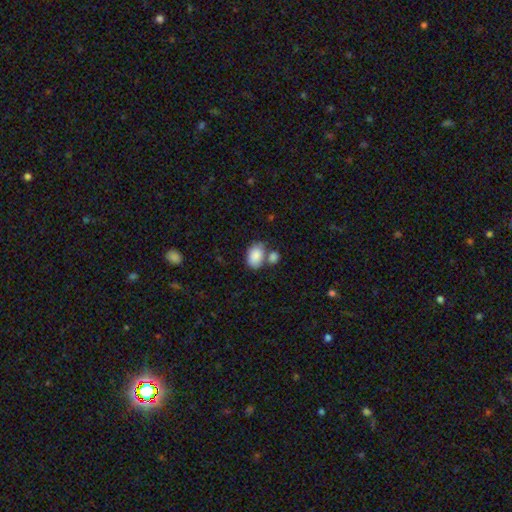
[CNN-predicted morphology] Smooth or featured?
  - smooth: 86% *
  - star or artifact: 7%
  - featured or disk: 7%
How rounded?
  - in between: 84% *
  - round: 15%
  - cigar-shaped: 1%
Merging?
  - none: 43% *
  - merger: 36%
  - minor disturbance: 15%
  - major disturbance: 6%